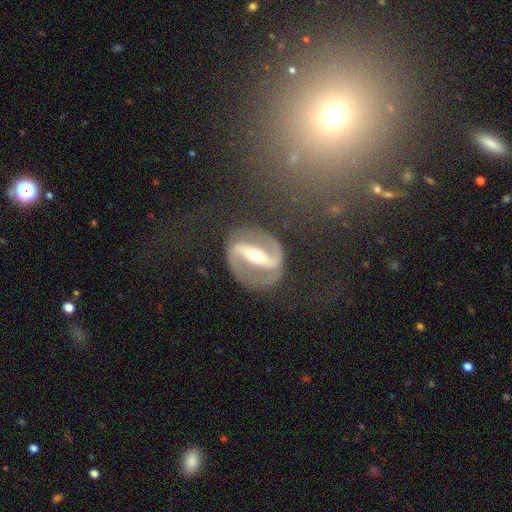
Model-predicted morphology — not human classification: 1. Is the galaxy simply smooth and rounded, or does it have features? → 88% featured or disk, 6% star or artifact, 6% smooth.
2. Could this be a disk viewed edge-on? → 94% no, 6% yes.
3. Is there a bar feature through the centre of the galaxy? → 81% strong, 12% weak, 6% no.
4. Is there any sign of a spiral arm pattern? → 91% yes, 9% no.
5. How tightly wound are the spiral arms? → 49% medium, 29% tight, 22% loose.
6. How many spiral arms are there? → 93% 2, 2% can't tell, 2% 1, 1% 3, 1% 4, 1% more than 4.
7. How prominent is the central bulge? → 61% moderate, 31% small, 6% large, 1% dominant, 1% none.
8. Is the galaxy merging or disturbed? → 83% none, 10% minor disturbance, 6% major disturbance, 2% merger.